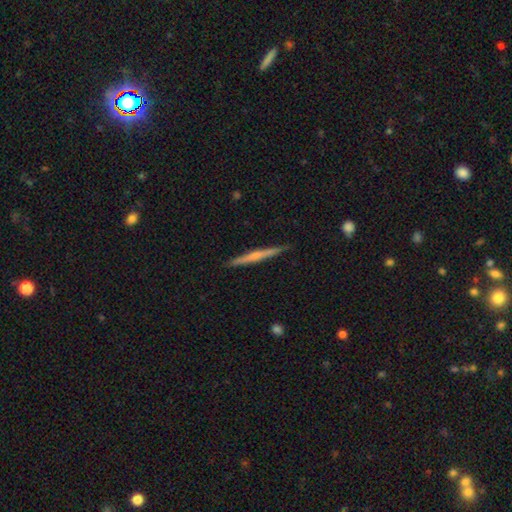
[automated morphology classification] This appears to be a featured or disk galaxy (54%) viewed edge-on (98%) with no central bulge (60%). Merging: none (90%).